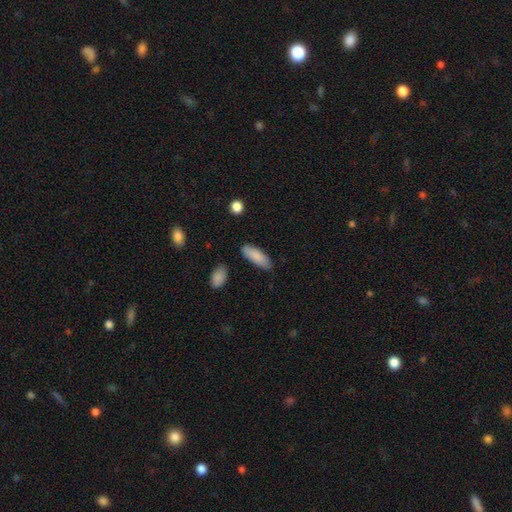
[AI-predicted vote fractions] This is clearly a smooth galaxy (87%). How rounded: likely in between (64%). Merging: clearly none (81%).